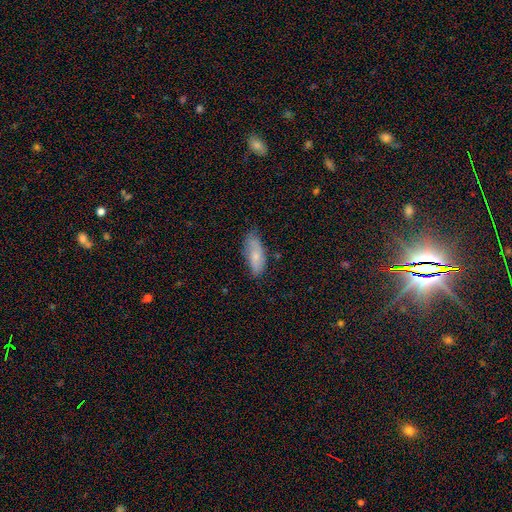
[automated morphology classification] Smooth or featured? smooth (73%)
How rounded? in between (80%)
Merging? none (65%)